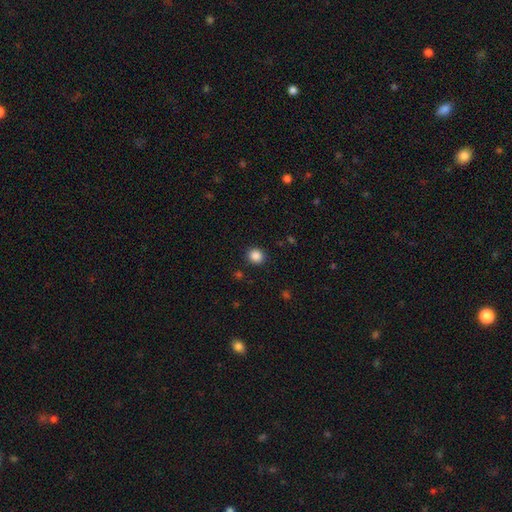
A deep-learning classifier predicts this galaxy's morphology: Smooth or featured? smooth (86%)
How rounded? round (83%)
Merging? none (90%)